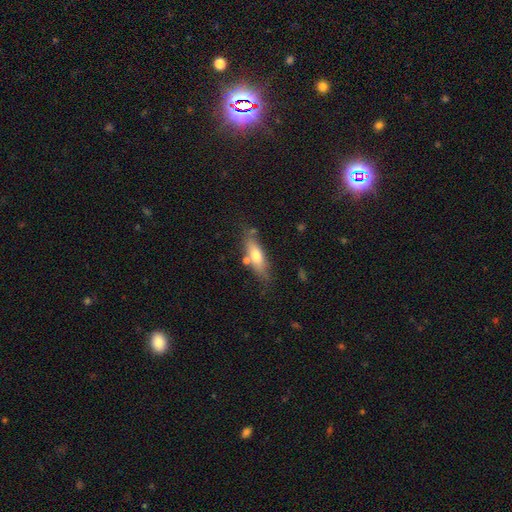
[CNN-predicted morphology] smooth_or_featured: smooth (p=0.64) [alt: featured or disk p=0.29]
how_rounded: in between (p=0.50) [alt: cigar-shaped p=0.47]
merging: none (p=0.67) [alt: minor disturbance p=0.18]